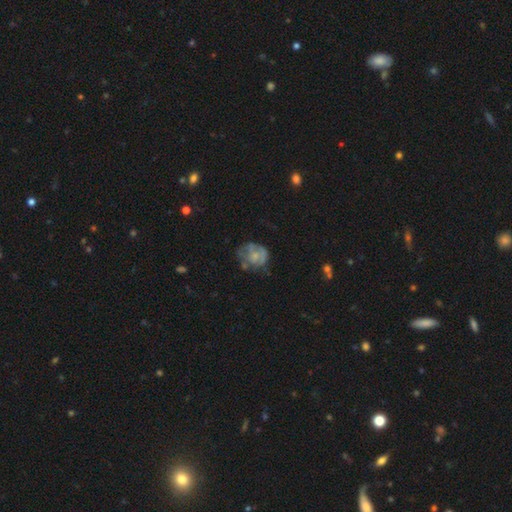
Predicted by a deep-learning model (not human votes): smooth_or_featured: featured or disk (p=0.49) [alt: smooth p=0.42]
merging: none (p=0.43) [alt: minor disturbance p=0.29]